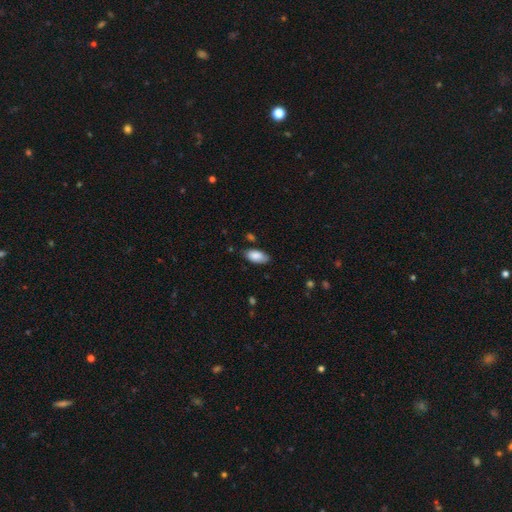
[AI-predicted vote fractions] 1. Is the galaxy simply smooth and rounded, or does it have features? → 86% smooth, 8% featured or disk, 6% star or artifact.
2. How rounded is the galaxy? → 93% in between, 4% cigar-shaped, 2% round.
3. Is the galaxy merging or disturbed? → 75% none, 19% minor disturbance, 4% major disturbance, 2% merger.